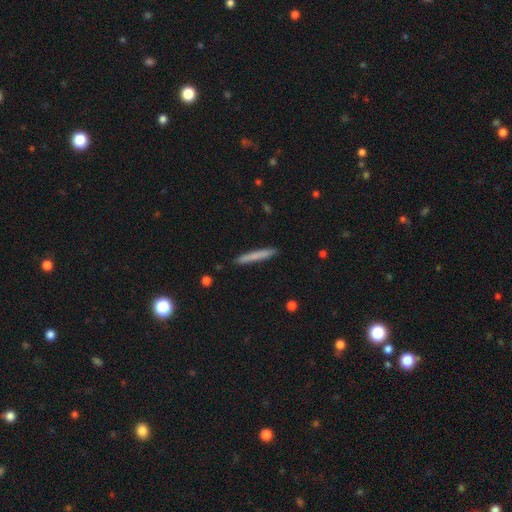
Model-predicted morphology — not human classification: Smooth or featured? smooth (73%)
How rounded? cigar-shaped (96%)
Merging? none (89%)